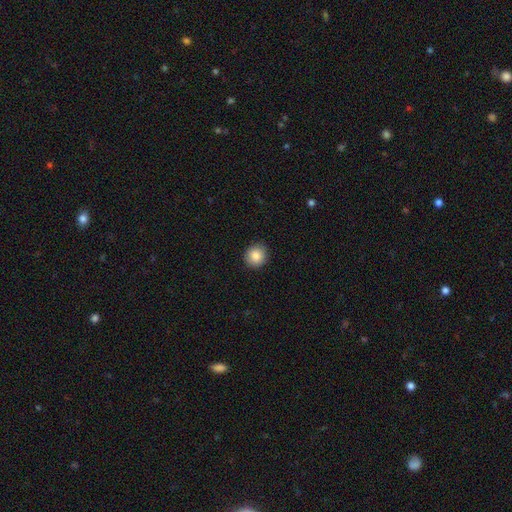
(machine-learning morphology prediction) Smooth or featured?
  - smooth: 86% *
  - star or artifact: 9%
  - featured or disk: 5%
How rounded?
  - round: 89% *
  - in between: 10%
  - cigar-shaped: 1%
Merging?
  - none: 91% *
  - minor disturbance: 6%
  - major disturbance: 2%
  - merger: 1%